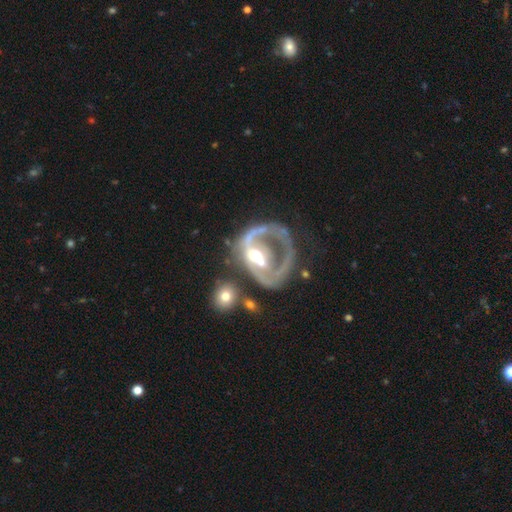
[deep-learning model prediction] This appears to be a featured or disk galaxy (80%) with no bar (54%), spiral arms (61%) and a moderate central bulge (68%). Merging: major disturbance (34%).